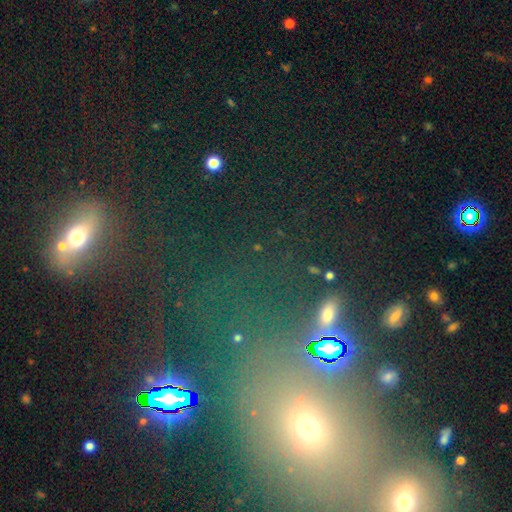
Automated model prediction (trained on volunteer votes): This is marginally a star or artifact rather than a galaxy (45%).